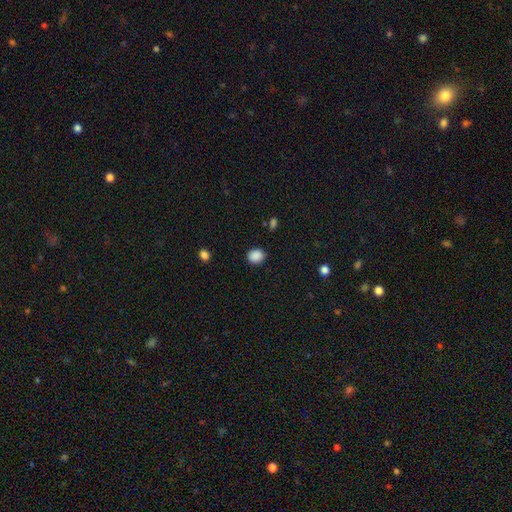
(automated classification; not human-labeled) Morphology: type=smooth (88%); roundness=round (61%); merging=none (88%).